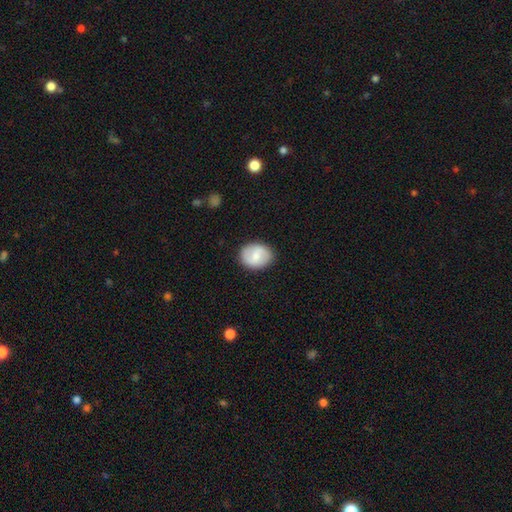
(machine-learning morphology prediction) This is likely a smooth galaxy (62%). How rounded: possibly round (52%). Merging: clearly none (86%).